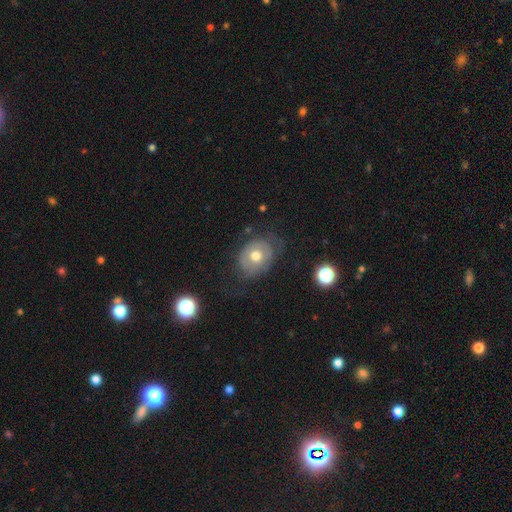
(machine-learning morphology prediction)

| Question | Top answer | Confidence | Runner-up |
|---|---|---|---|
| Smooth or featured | smooth | 47% | featured or disk (45%) |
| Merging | none | 62% | minor disturbance (22%) |